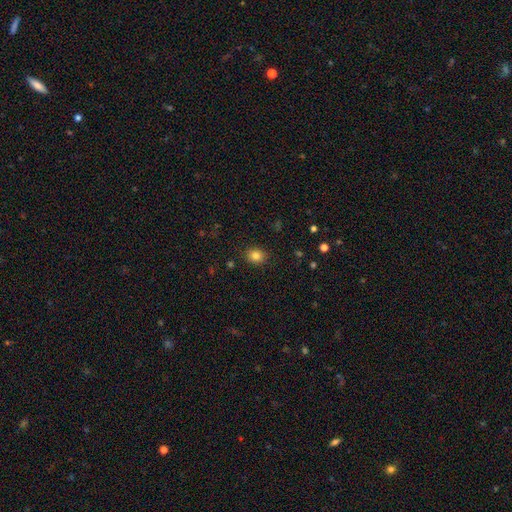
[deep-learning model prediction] Smooth or featured?
  - smooth: 82% *
  - star or artifact: 12%
  - featured or disk: 6%
How rounded?
  - round: 69% *
  - in between: 31%
  - cigar-shaped: 1%
Merging?
  - none: 89% *
  - minor disturbance: 8%
  - major disturbance: 2%
  - merger: 1%